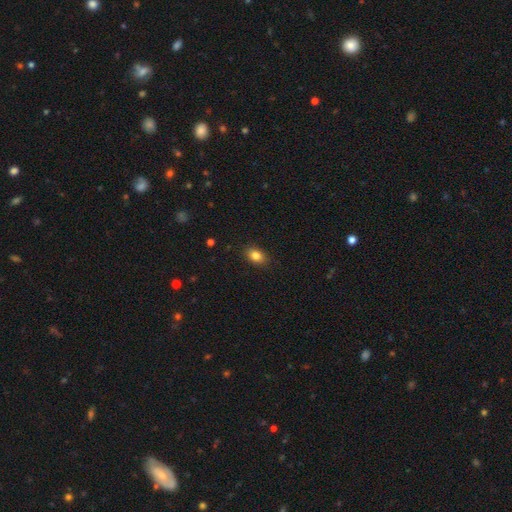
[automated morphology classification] A smooth galaxy with no disk features (83%) that is in between round and cigar-shaped (78%).

Vote fractions:
- Smooth or featured? smooth: 83% / star or artifact: 10% / featured or disk: 7%
- How rounded? in between: 78% / round: 20% / cigar-shaped: 2%
- Merging? none: 87% / minor disturbance: 10% / major disturbance: 2% / merger: 1%